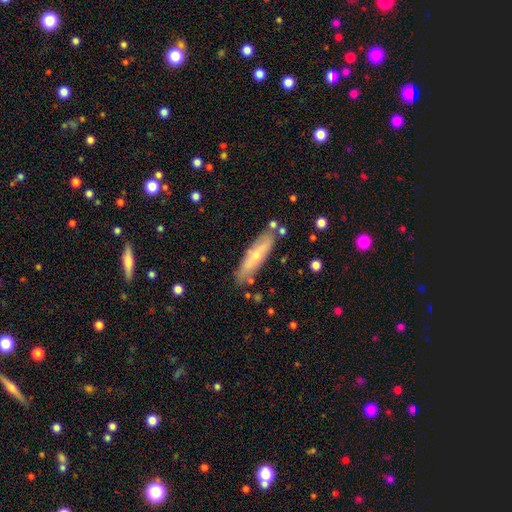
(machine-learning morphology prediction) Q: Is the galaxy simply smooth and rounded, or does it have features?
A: smooth — 53%.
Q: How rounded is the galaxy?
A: cigar-shaped — 68%.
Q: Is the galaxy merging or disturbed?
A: none — 78%.